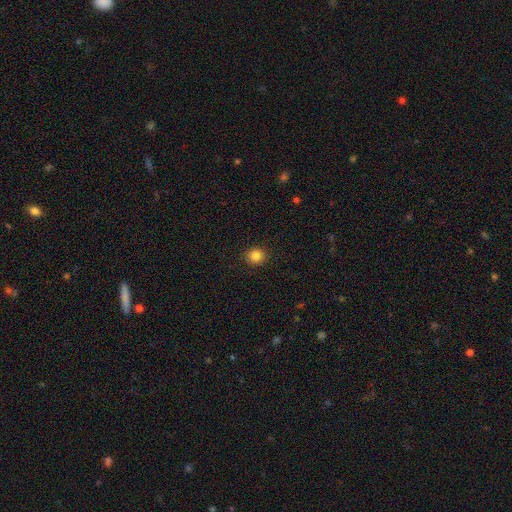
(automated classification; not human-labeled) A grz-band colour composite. It shows a smooth galaxy with no disk features (84%) that is round (84%). Merging: none (92%).